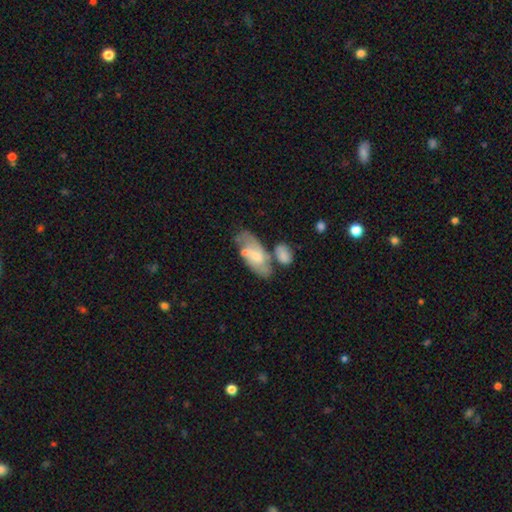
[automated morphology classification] Smooth or featured? featured or disk (49%)
Merging? none (45%)